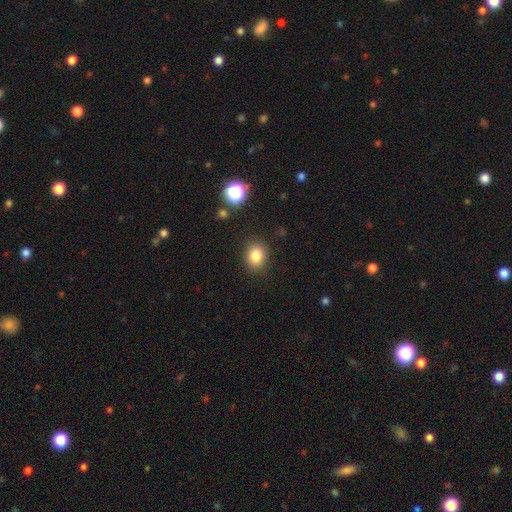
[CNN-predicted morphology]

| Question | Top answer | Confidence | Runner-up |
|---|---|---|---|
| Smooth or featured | smooth | 83% | star or artifact (11%) |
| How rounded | in between | 50% | round (49%) |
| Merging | none | 86% | minor disturbance (9%) |